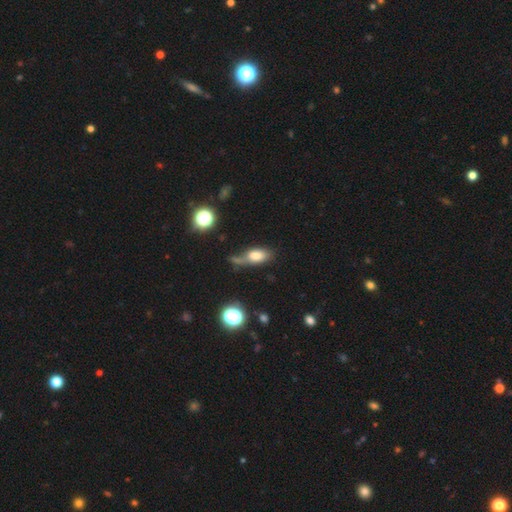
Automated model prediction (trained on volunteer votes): Morphology: type=smooth (71%); roundness=in between (81%); merging=none (39%).